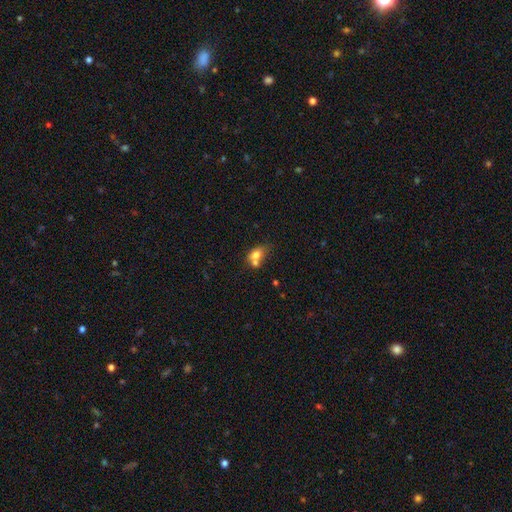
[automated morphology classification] A smooth galaxy with no disk features (72%) that is in between round and cigar-shaped (69%).

Vote fractions:
- Smooth or featured? smooth: 72% / featured or disk: 17% / star or artifact: 10%
- How rounded? in between: 69% / round: 28% / cigar-shaped: 2%
- Merging? merger: 52% / none: 29% / minor disturbance: 13% / major disturbance: 6%